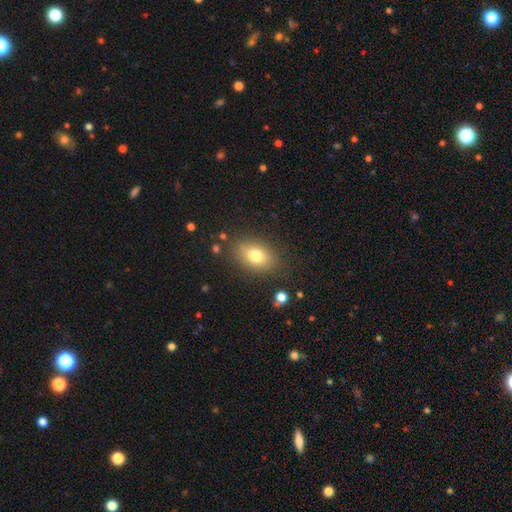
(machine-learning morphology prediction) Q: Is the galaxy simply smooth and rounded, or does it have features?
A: smooth — 77%.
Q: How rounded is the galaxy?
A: in between — 79%.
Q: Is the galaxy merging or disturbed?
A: none — 80%.